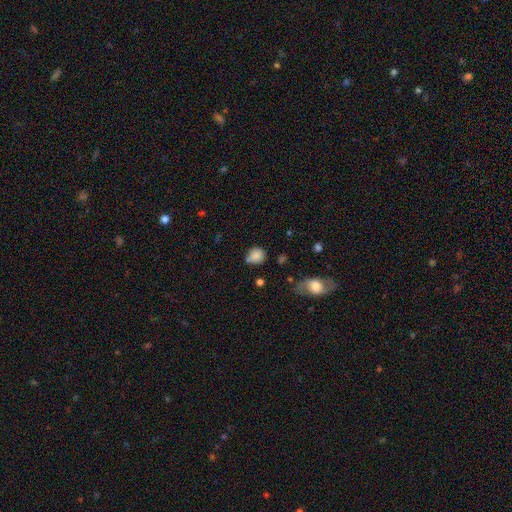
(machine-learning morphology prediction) Q: Smooth or featured?
A: smooth (82%); runner-up: star or artifact (10%)
Q: How rounded?
A: round (76%); runner-up: in between (22%)
Q: Merging?
A: none (62%); runner-up: minor disturbance (22%)